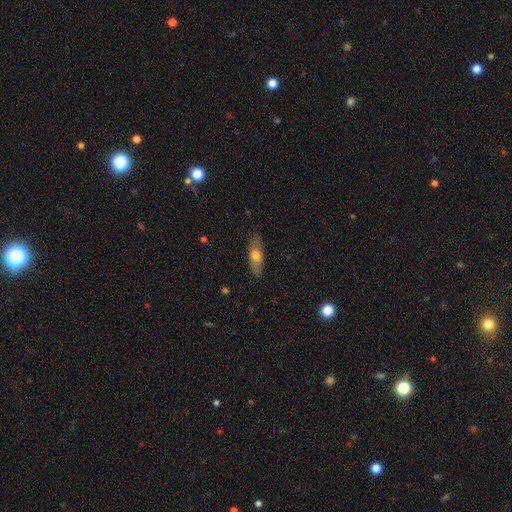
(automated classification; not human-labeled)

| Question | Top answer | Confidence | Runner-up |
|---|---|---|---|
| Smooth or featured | smooth | 65% | featured or disk (29%) |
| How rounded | in between | 68% | cigar-shaped (29%) |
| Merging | none | 83% | minor disturbance (13%) |